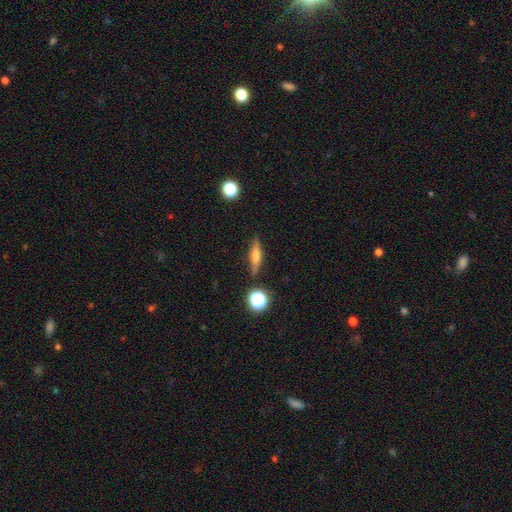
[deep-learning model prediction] This appears to be a smooth galaxy with no disk features (48%). Merging: none (85%).